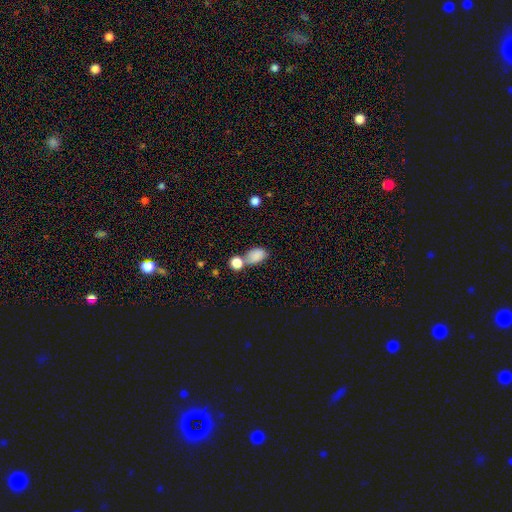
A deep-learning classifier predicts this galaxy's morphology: A smooth galaxy with no disk features (84%) that is in between round and cigar-shaped (83%). Merging: none (43%).